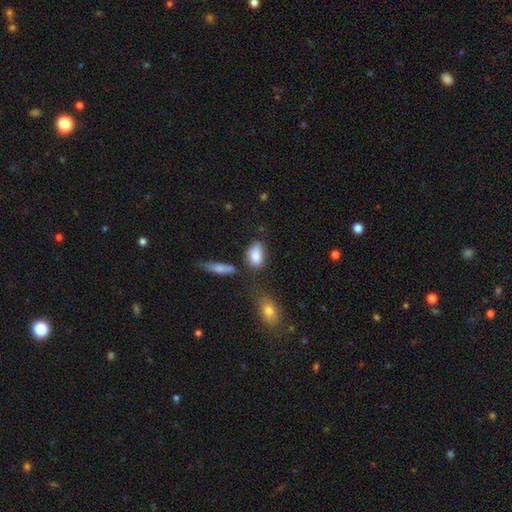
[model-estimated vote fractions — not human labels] The model was most divided on "merging": none: 52%, minor disturbance: 24%, merger: 15%, major disturbance: 9%. More confident: how rounded — in between (84%); smooth or featured — smooth (83%).